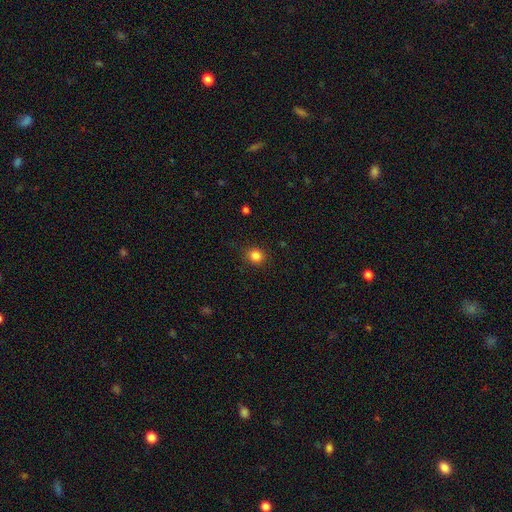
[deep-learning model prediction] Q: Smooth or featured?
A: smooth (84%); runner-up: star or artifact (11%)
Q: How rounded?
A: round (82%); runner-up: in between (17%)
Q: Merging?
A: none (87%); runner-up: minor disturbance (9%)